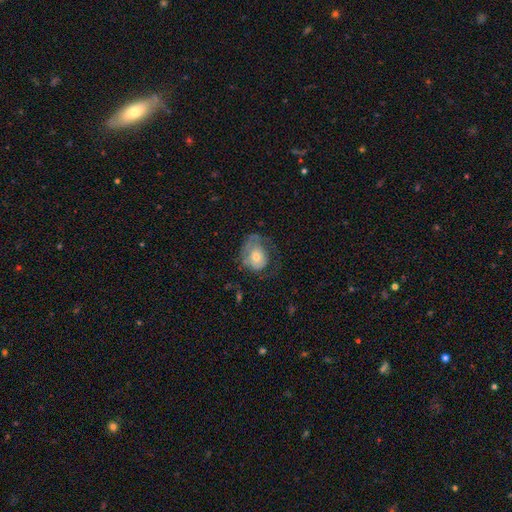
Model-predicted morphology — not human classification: A featured or disk galaxy (48%). Merging: none (43%).